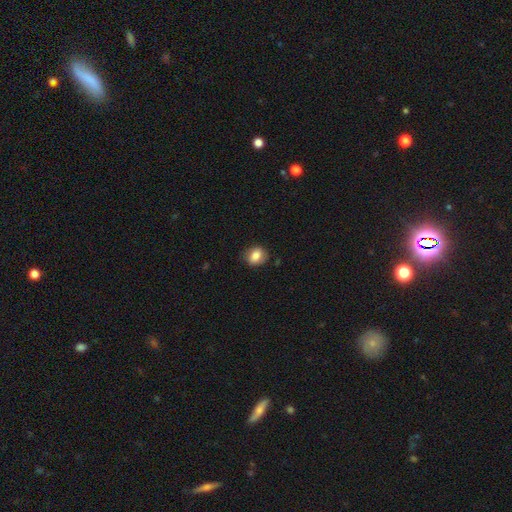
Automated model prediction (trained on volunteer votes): Smooth or featured? Predicted: smooth (p=0.80). How rounded? Predicted: in between (p=0.53). Merging? Predicted: none (p=0.76).